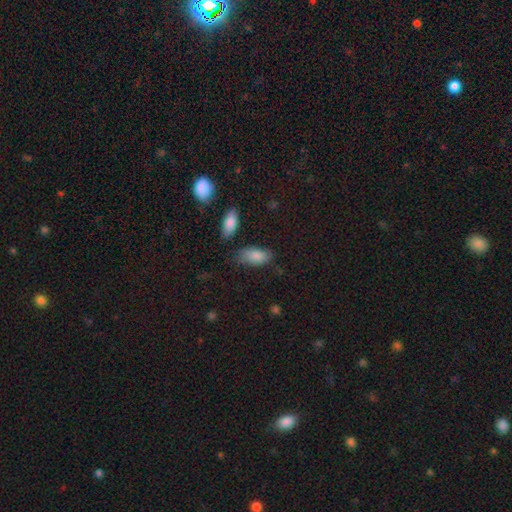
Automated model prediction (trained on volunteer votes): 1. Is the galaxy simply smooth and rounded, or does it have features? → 85% smooth, 8% featured or disk, 7% star or artifact.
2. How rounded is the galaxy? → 92% in between, 5% cigar-shaped, 3% round.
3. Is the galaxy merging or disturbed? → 68% none, 22% minor disturbance, 6% major disturbance, 4% merger.